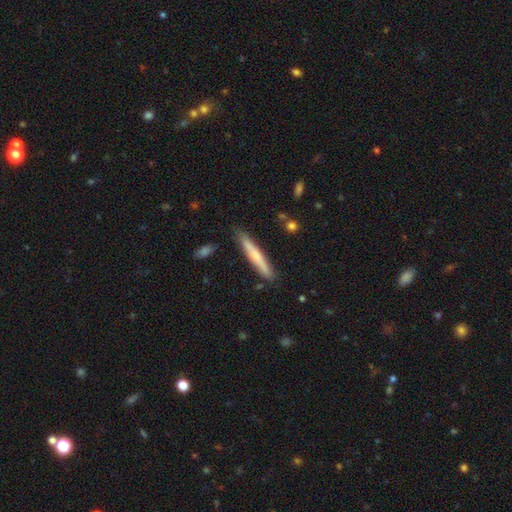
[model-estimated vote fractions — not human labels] This appears to be a smooth galaxy with no disk features (63%) that is cigar-shaped (95%). Merging: none (86%).